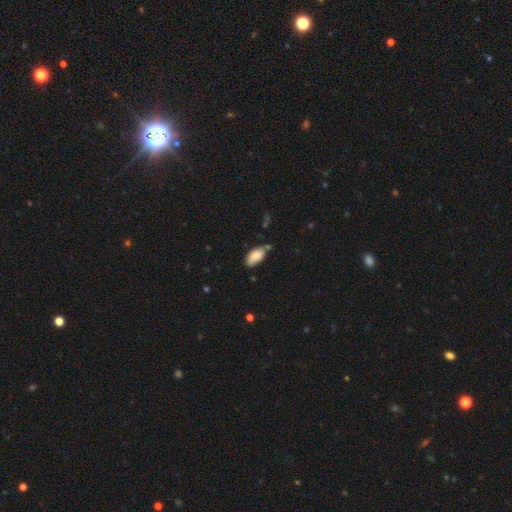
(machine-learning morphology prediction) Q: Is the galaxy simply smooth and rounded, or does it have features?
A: smooth — 86%.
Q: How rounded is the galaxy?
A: in between — 94%.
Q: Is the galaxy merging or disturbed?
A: none — 63%.